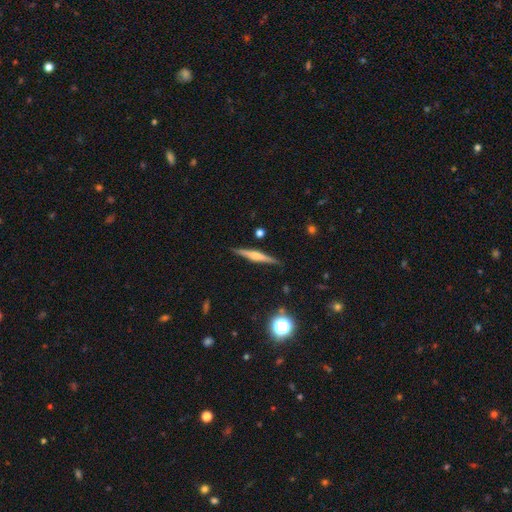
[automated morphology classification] Smooth or featured? Predicted: featured or disk (p=0.68). Edge-on disk? Predicted: yes (p=0.98). Edge-on bulge? Predicted: rounded (p=0.72). Merging? Predicted: none (p=0.89).